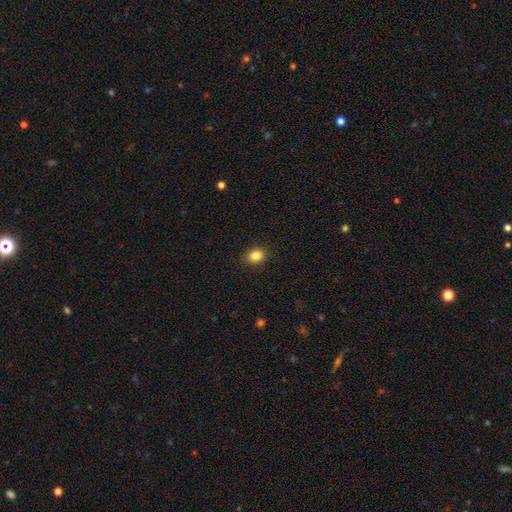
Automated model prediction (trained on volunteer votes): smooth-or-featured: smooth: 85% | star or artifact: 10% | featured or disk: 5%
  how-rounded: round: 54% | in between: 46% | cigar-shaped: 1%
  merging: none: 90% | minor disturbance: 7% | major disturbance: 2% | merger: 1%